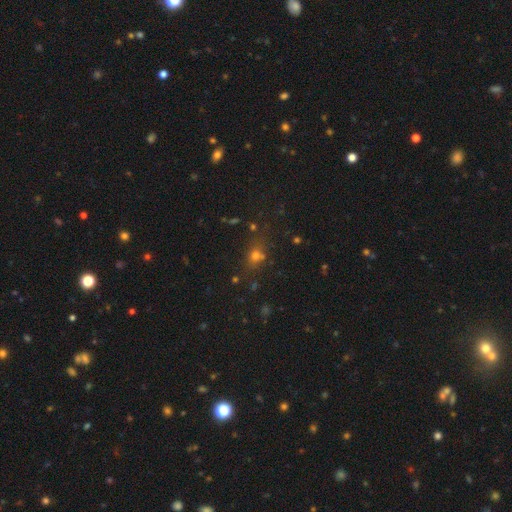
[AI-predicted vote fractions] The model was most divided on "how rounded": round: 65%, in between: 32%, cigar-shaped: 3%. More confident: merging — none (70%); smooth or featured — smooth (63%).